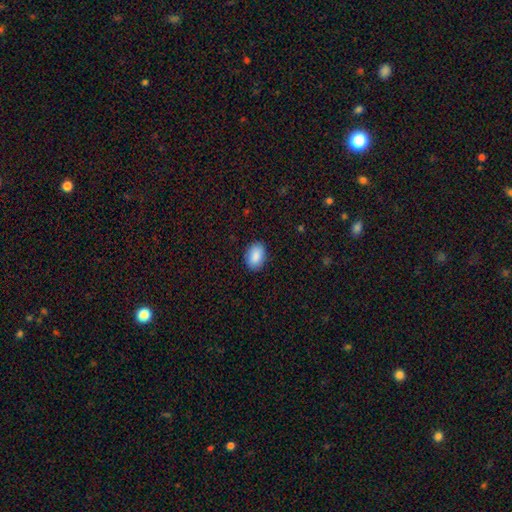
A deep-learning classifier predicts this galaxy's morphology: type=smooth (89%); roundness=in between (84%); merging=none (88%).